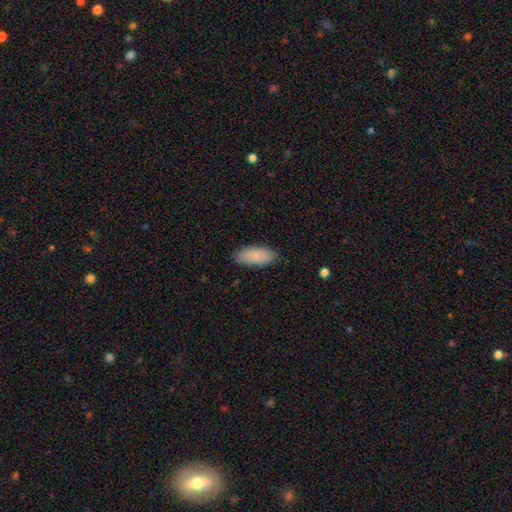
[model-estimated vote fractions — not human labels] smooth 87%, featured or disk 7%, star or artifact 6%. Down the decision tree: how rounded — in between (85%); merging — none (87%).